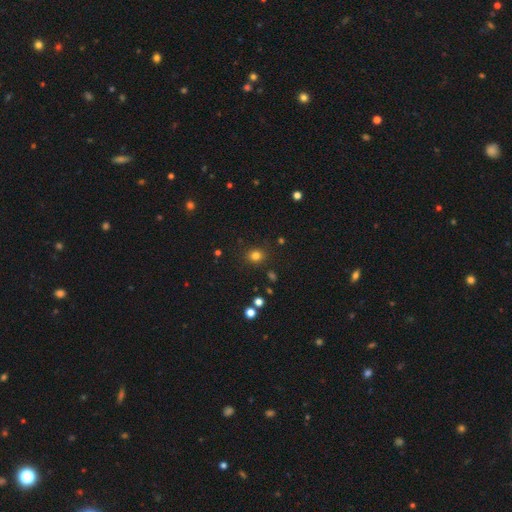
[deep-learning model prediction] Smooth or featured? smooth (80%)
How rounded? round (77%)
Merging? none (87%)